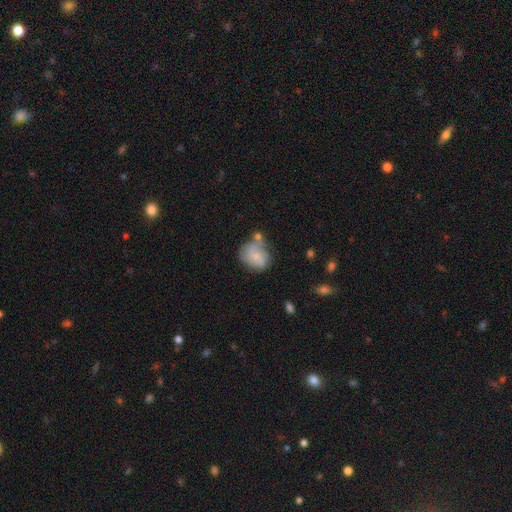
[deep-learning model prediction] Smooth or featured?
  - smooth: 54% *
  - featured or disk: 37%
  - star or artifact: 8%
How rounded?
  - round: 54% *
  - in between: 45%
  - cigar-shaped: 1%
Merging?
  - none: 38% *
  - minor disturbance: 26%
  - merger: 20%
  - major disturbance: 16%